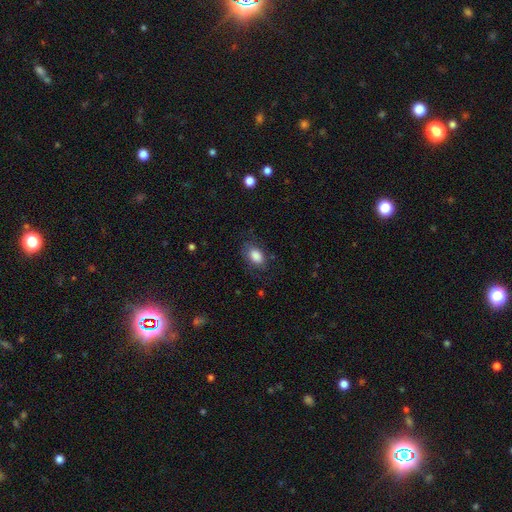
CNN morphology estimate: This is clearly a smooth galaxy (84%). How rounded: clearly in between (88%). Merging: likely none (70%).